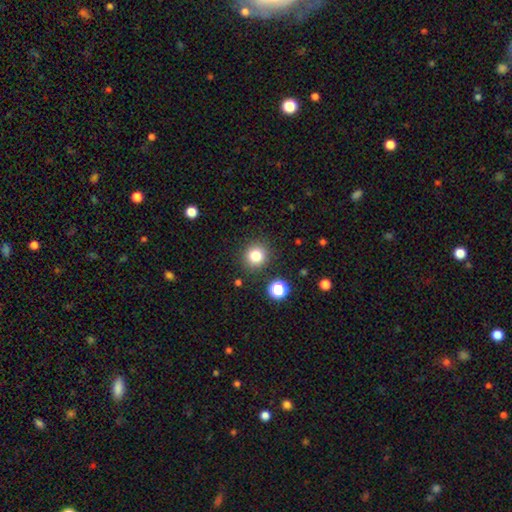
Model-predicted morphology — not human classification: A smooth galaxy with no disk features (80%) that is round (90%). Merging: none (88%).